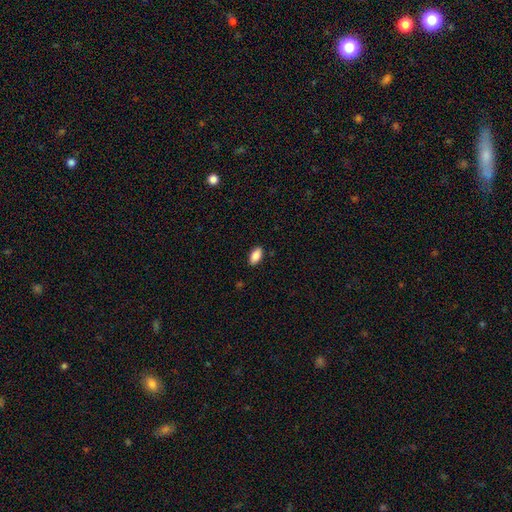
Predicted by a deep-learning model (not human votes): Overall: smooth (87%). How rounded: in between (93%). Merging: none (89%).